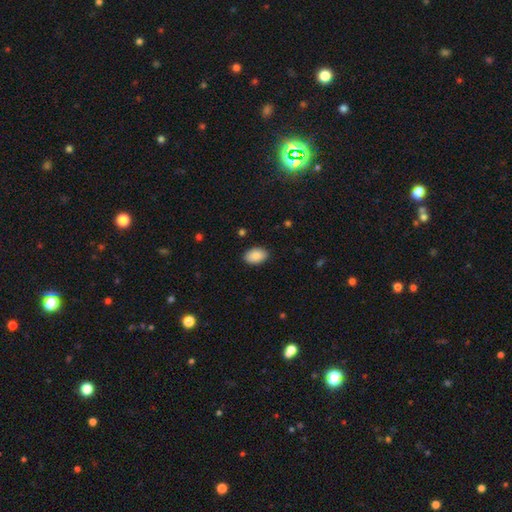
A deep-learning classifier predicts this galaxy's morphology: Smooth or featured: smooth — 88% (star or artifact — 7%)
How rounded: in between — 90% (round — 9%)
Merging: none — 88% (minor disturbance — 9%)